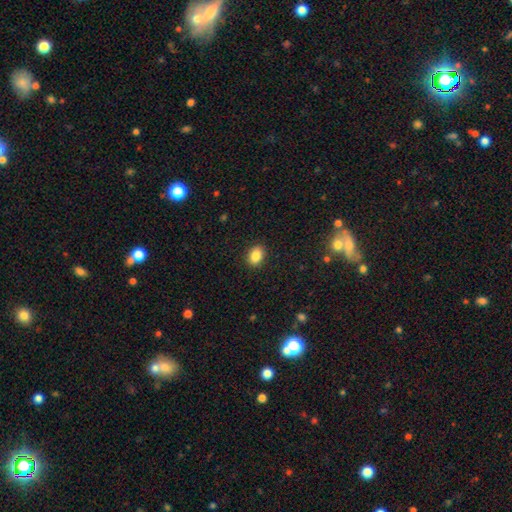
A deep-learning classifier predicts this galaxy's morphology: Q: Smooth or featured?
A: smooth (87%); runner-up: star or artifact (9%)
Q: How rounded?
A: in between (75%); runner-up: round (24%)
Q: Merging?
A: none (90%); runner-up: minor disturbance (7%)